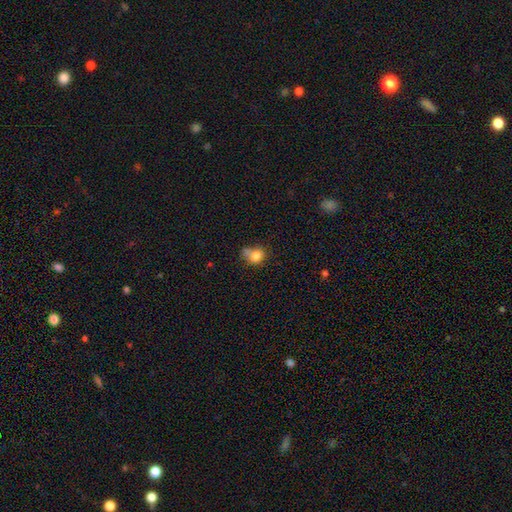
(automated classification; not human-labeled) smooth 79%, star or artifact 11%, featured or disk 10%. Down the decision tree: how rounded — round (60%); merging — none (39%).